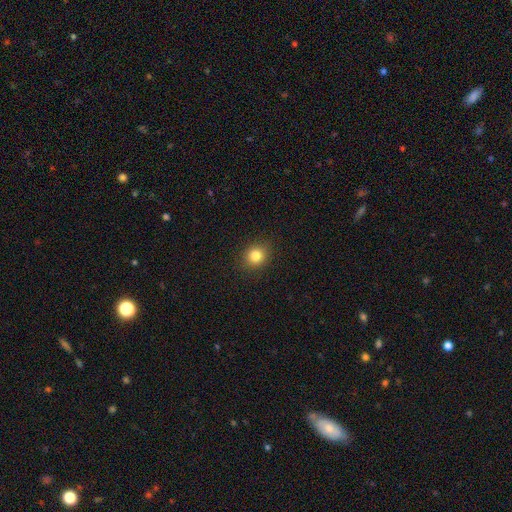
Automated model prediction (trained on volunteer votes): Q: Smooth or featured?
A: smooth (83%); runner-up: star or artifact (12%)
Q: How rounded?
A: round (76%); runner-up: in between (23%)
Q: Merging?
A: none (90%); runner-up: minor disturbance (7%)